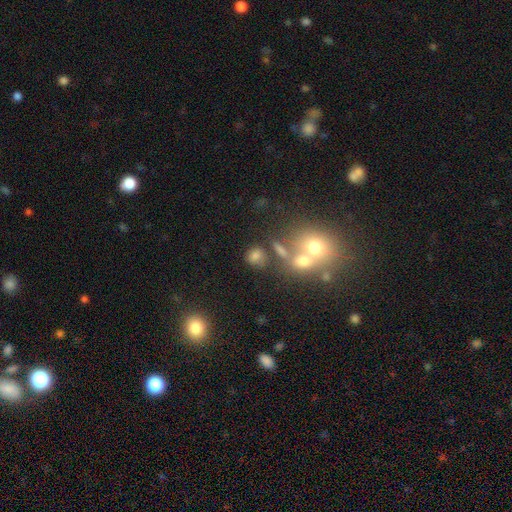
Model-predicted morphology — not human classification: This appears to be a smooth galaxy with no disk features (68%) that is round (61%). Merging: none (56%).